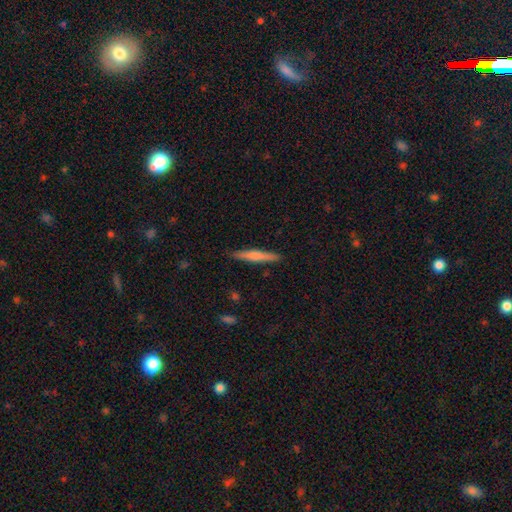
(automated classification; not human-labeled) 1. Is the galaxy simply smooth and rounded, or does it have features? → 59% smooth, 35% featured or disk, 6% star or artifact.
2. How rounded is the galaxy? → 94% cigar-shaped, 5% in between, 2% round.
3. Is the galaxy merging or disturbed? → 90% none, 7% minor disturbance, 2% major disturbance, 1% merger.